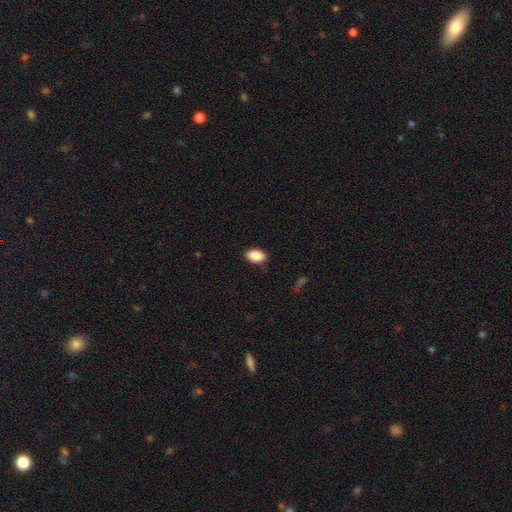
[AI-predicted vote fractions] Overall: smooth (89%). How rounded: in between (91%). Merging: none (86%).